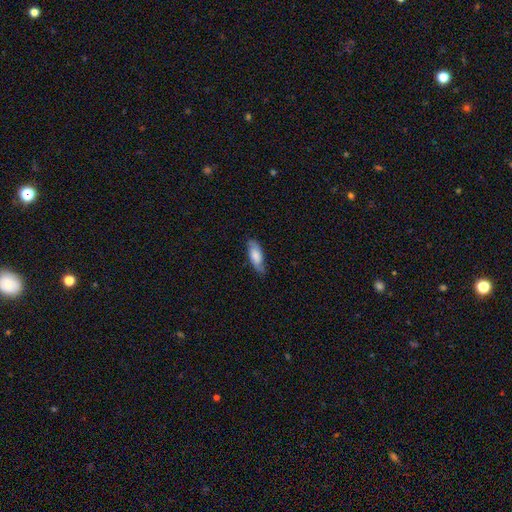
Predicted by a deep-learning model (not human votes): smooth_or_featured: smooth (p=0.69) [alt: featured or disk p=0.24]
how_rounded: in between (p=0.70) [alt: cigar-shaped p=0.28]
merging: none (p=0.73) [alt: minor disturbance p=0.22]